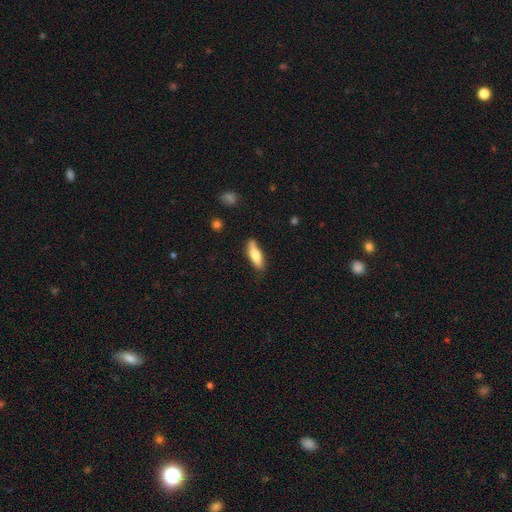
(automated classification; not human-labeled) This appears to be a smooth galaxy with no disk features (71%) that is cigar-shaped (51%). Merging: none (68%).